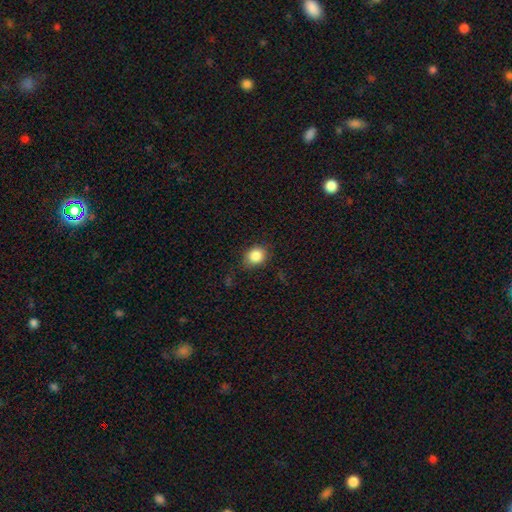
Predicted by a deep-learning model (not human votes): This is clearly a smooth galaxy (86%). How rounded: likely round (65%). Merging: likely none (80%).